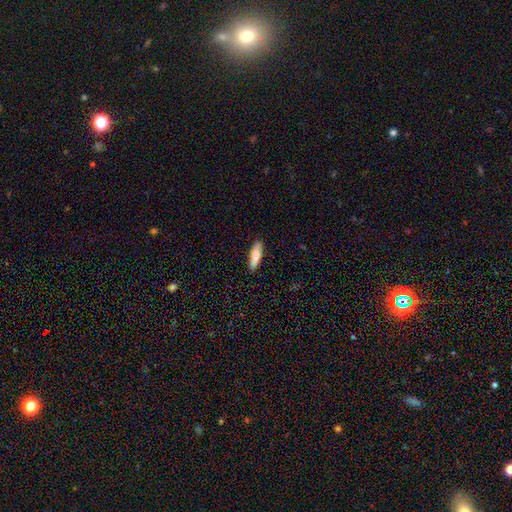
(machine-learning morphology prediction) This appears to be a smooth galaxy with no disk features (74%) that is cigar-shaped (55%). Merging: none (88%).